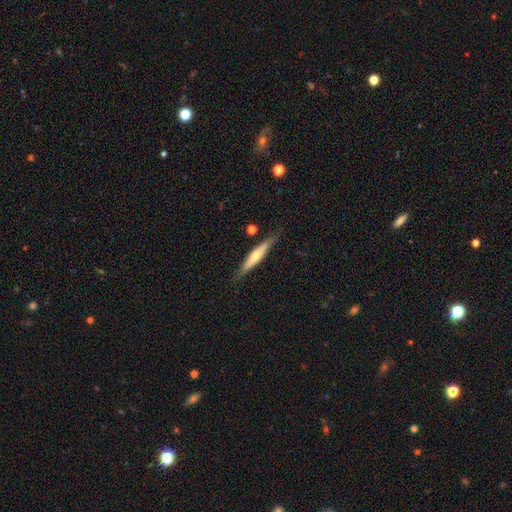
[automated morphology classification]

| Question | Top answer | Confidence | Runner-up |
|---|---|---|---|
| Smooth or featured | featured or disk | 52% | smooth (43%) |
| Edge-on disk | yes | 90% | no (10%) |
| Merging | none | 82% | minor disturbance (13%) |